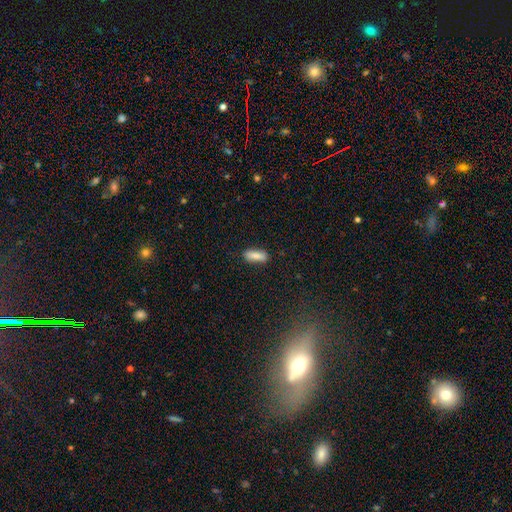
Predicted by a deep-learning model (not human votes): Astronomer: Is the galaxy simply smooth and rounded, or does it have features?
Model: smooth — 83%.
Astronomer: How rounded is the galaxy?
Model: in between — 62%.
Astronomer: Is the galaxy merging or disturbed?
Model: none — 85%.